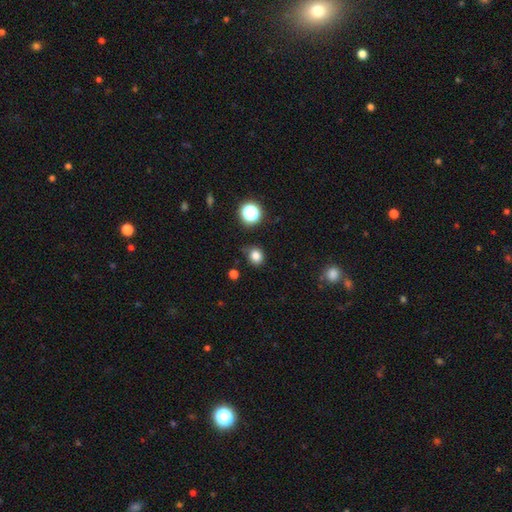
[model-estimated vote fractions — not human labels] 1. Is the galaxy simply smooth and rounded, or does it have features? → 80% smooth, 15% star or artifact, 5% featured or disk.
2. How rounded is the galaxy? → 72% round, 27% in between, 1% cigar-shaped.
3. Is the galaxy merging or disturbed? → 76% none, 17% minor disturbance, 4% major disturbance, 3% merger.